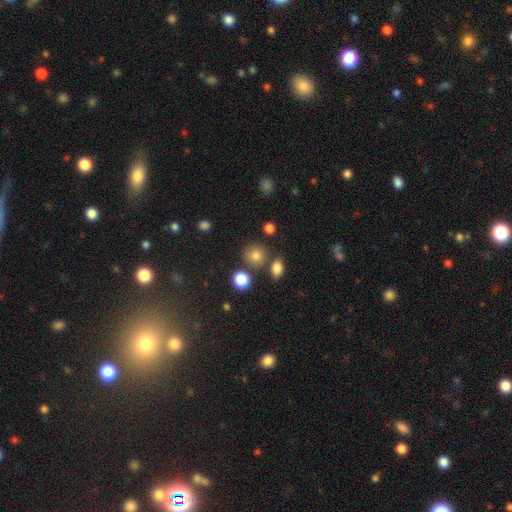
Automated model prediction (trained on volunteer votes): Smooth or featured? Predicted: smooth (p=0.79). How rounded? Predicted: round (p=0.84). Merging? Predicted: none (p=0.76).